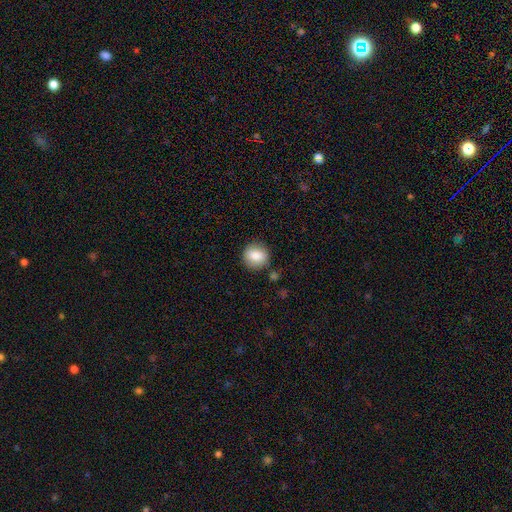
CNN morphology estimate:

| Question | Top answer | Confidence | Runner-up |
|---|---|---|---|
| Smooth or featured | smooth | 82% | featured or disk (10%) |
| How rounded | round | 86% | in between (13%) |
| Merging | none | 84% | minor disturbance (10%) |